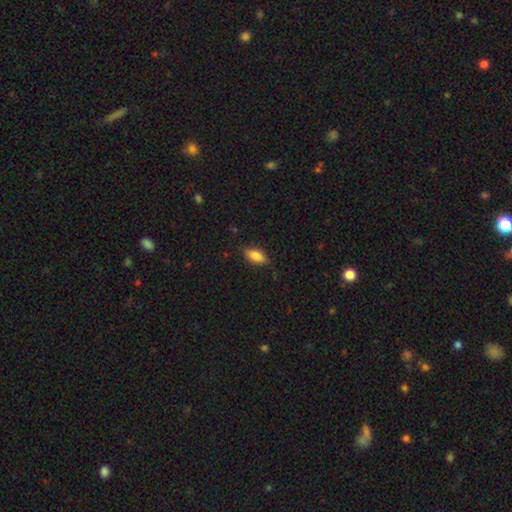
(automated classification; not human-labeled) The model was most divided on "merging": none: 82%, minor disturbance: 14%, major disturbance: 3%, merger: 1%. More confident: how rounded — in between (84%); smooth or featured — smooth (82%).